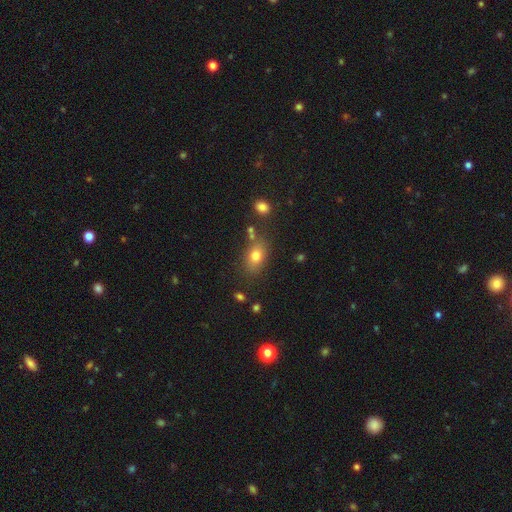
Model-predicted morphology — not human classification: Smooth or featured?
  - smooth: 77% *
  - featured or disk: 12%
  - star or artifact: 11%
How rounded?
  - in between: 79% *
  - round: 19%
  - cigar-shaped: 3%
Merging?
  - none: 74% *
  - minor disturbance: 14%
  - merger: 7%
  - major disturbance: 5%